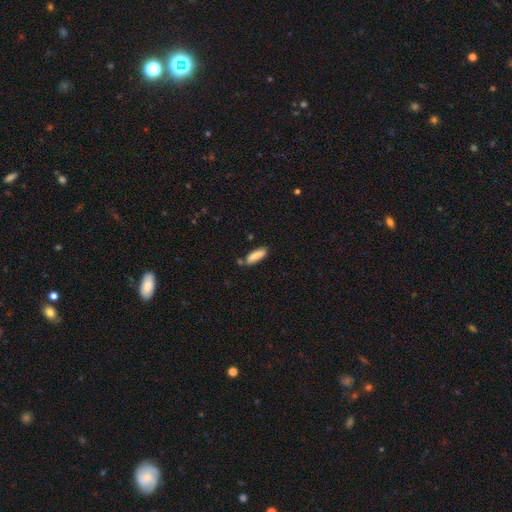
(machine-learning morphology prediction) smooth 86%, featured or disk 7%, star or artifact 6%. Down the decision tree: how rounded — cigar-shaped (55%); merging — none (75%).